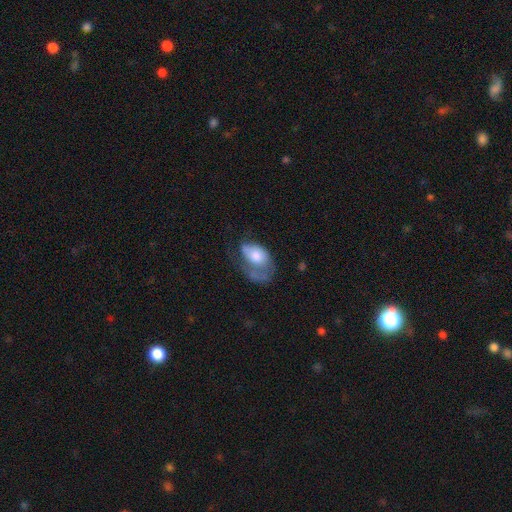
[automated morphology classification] Overall: smooth (54%; featured or disk 39%). How rounded: in between (87%). Merging: major disturbance (50%; minor disturbance 23%).